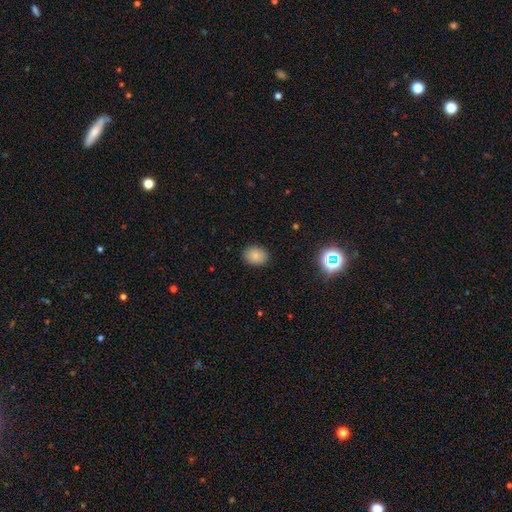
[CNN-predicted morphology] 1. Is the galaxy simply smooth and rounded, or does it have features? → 84% smooth, 10% star or artifact, 6% featured or disk.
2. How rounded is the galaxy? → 67% in between, 32% round, 1% cigar-shaped.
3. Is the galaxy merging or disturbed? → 88% none, 9% minor disturbance, 2% major disturbance, 1% merger.